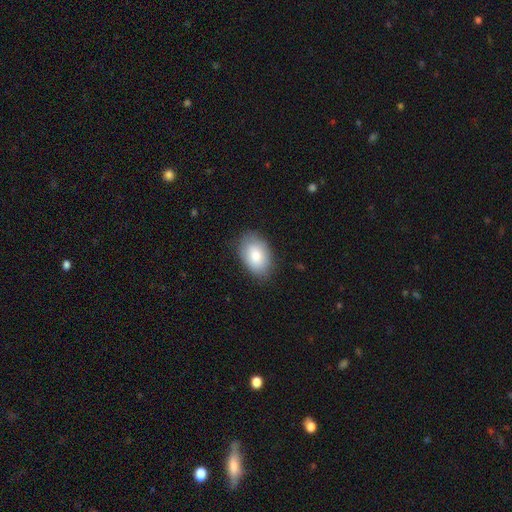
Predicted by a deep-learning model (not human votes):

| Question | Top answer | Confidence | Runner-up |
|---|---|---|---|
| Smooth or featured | smooth | 81% | featured or disk (12%) |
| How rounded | in between | 87% | round (12%) |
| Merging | none | 81% | minor disturbance (15%) |